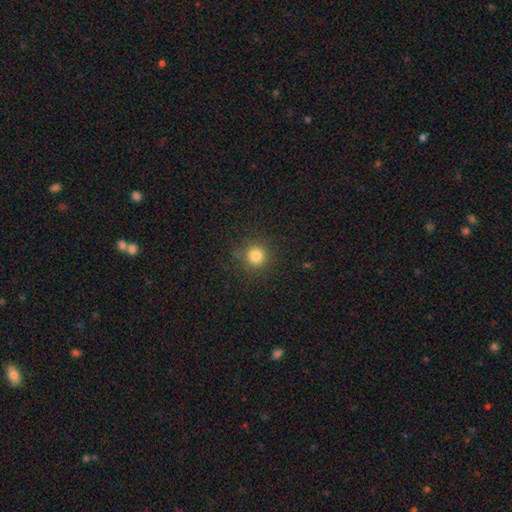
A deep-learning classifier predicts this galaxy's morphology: Smooth or featured?
  - smooth: 82% *
  - star or artifact: 13%
  - featured or disk: 5%
How rounded?
  - round: 94% *
  - in between: 5%
  - cigar-shaped: 1%
Merging?
  - none: 87% *
  - minor disturbance: 9%
  - major disturbance: 3%
  - merger: 1%